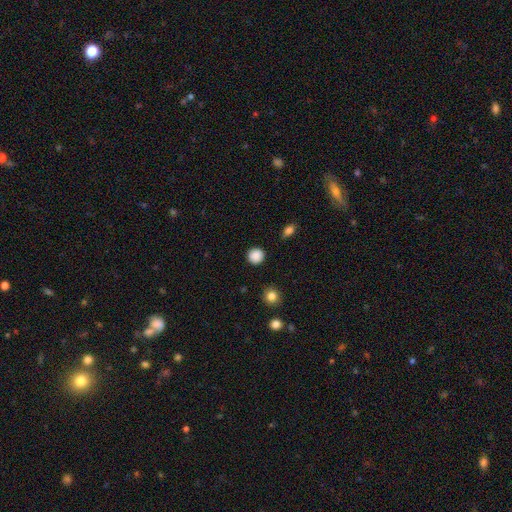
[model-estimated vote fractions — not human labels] Smooth or featured? smooth (87%)
How rounded? round (94%)
Merging? none (91%)